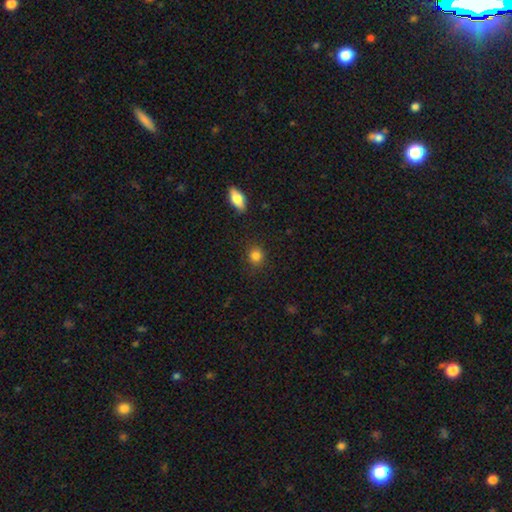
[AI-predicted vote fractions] Q: Smooth or featured?
A: smooth (84%); runner-up: star or artifact (10%)
Q: How rounded?
A: round (83%); runner-up: in between (15%)
Q: Merging?
A: none (87%); runner-up: minor disturbance (8%)